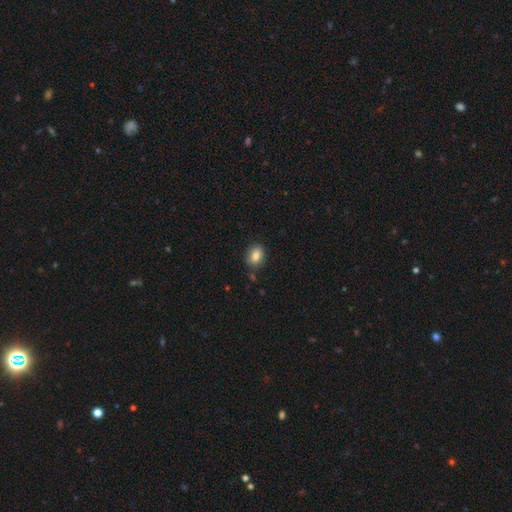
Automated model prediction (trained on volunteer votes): Morphology: type=smooth (85%); roundness=in between (73%); merging=none (84%).